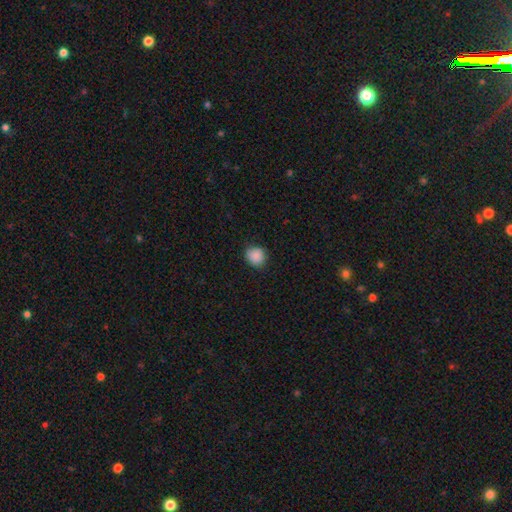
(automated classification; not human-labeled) smooth-or-featured: smooth: 88% | star or artifact: 9% | featured or disk: 3%
  how-rounded: round: 83% | in between: 16% | cigar-shaped: 1%
  merging: none: 84% | minor disturbance: 13% | major disturbance: 2% | merger: 1%